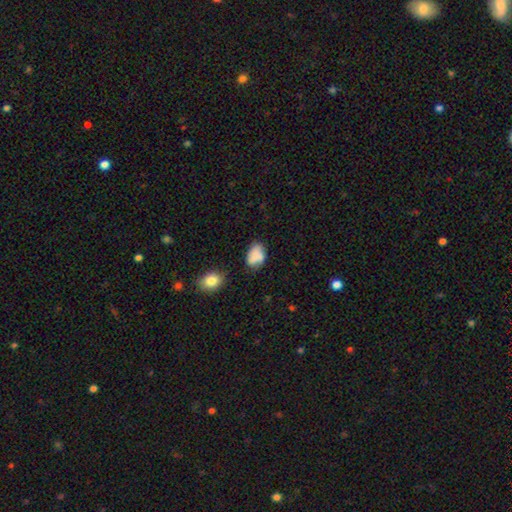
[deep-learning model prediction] smooth-or-featured: smooth: 79% | featured or disk: 12% | star or artifact: 10%
  how-rounded: in between: 85% | round: 14% | cigar-shaped: 1%
  merging: none: 51% | minor disturbance: 30% | major disturbance: 10% | merger: 9%